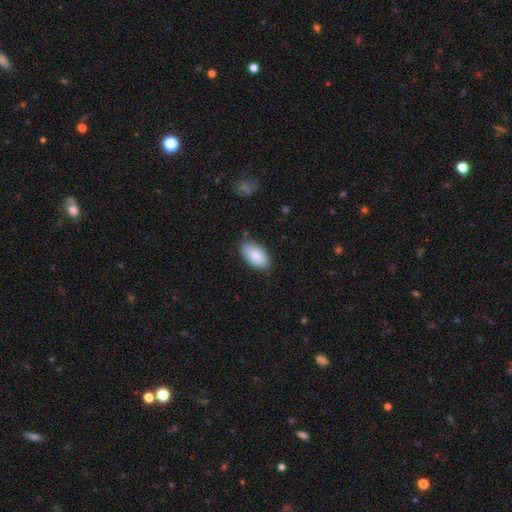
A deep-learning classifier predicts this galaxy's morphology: Smooth or featured?
  - smooth: 85% *
  - featured or disk: 9%
  - star or artifact: 6%
How rounded?
  - in between: 95% *
  - cigar-shaped: 3%
  - round: 2%
Merging?
  - none: 75% *
  - minor disturbance: 20%
  - major disturbance: 3%
  - merger: 2%